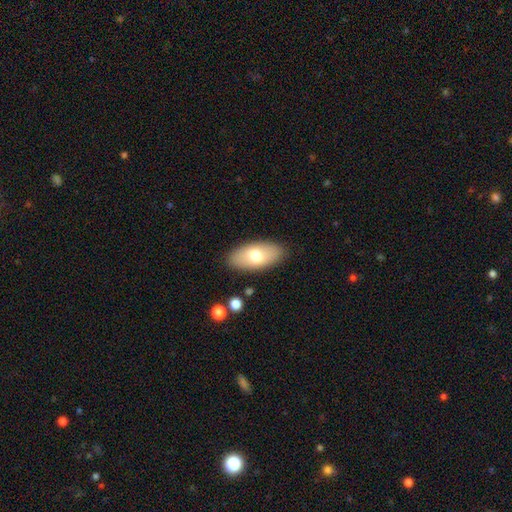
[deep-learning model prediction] Morphology: type=smooth (72%); roundness=in between (92%); merging=none (86%).